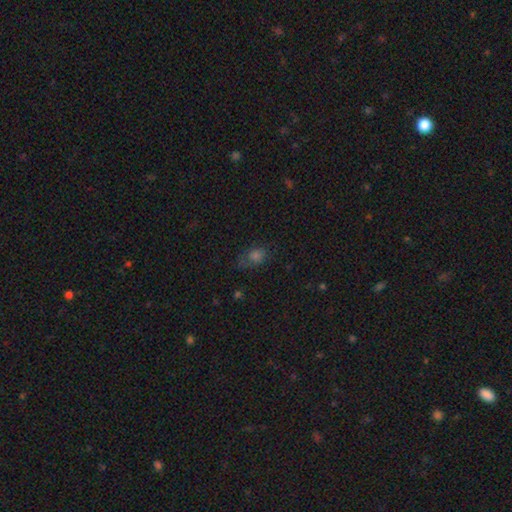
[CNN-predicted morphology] Overall: smooth (66%). How rounded: in between (57%; round 41%). Merging: none (58%; minor disturbance 25%).